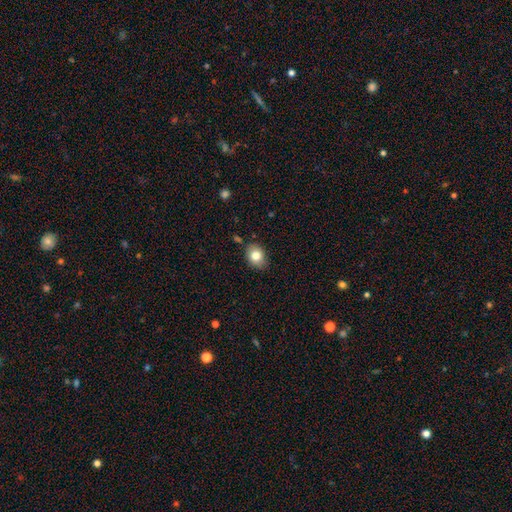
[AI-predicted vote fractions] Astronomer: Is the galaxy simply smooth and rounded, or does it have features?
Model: smooth — 80%.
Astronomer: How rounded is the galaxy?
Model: in between — 60% (runner-up: round, 39%).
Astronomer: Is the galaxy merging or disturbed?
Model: none — 82%.